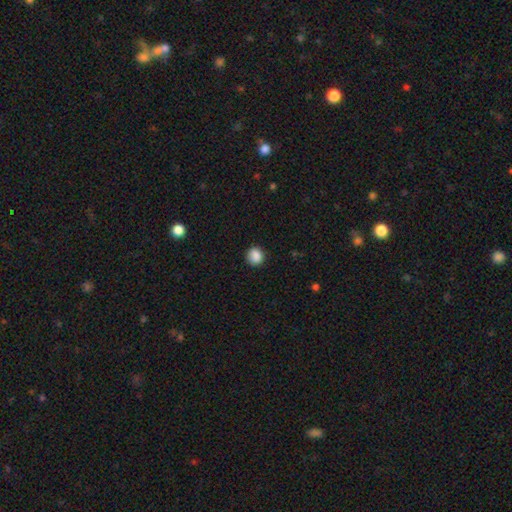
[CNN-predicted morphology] Smooth or featured? smooth (87%)
How rounded? round (84%)
Merging? none (89%)